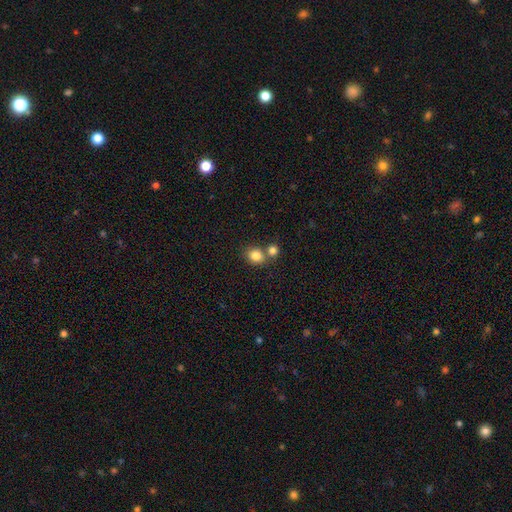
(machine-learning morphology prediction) This appears to be a smooth galaxy with no disk features (83%) that is round (74%). Merging: none (54%).